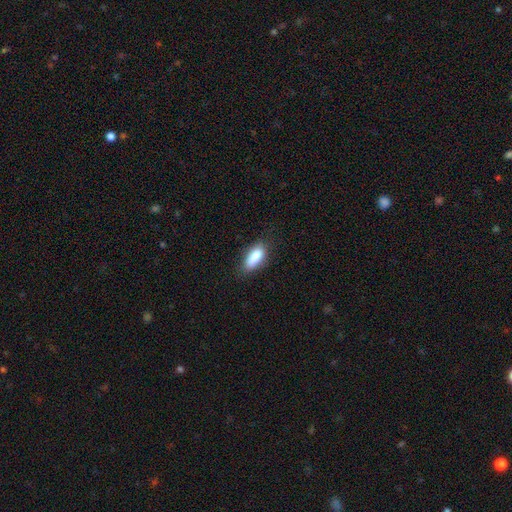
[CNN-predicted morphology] This is clearly a smooth galaxy (85%). How rounded: likely in between (78%). Merging: likely none (74%).